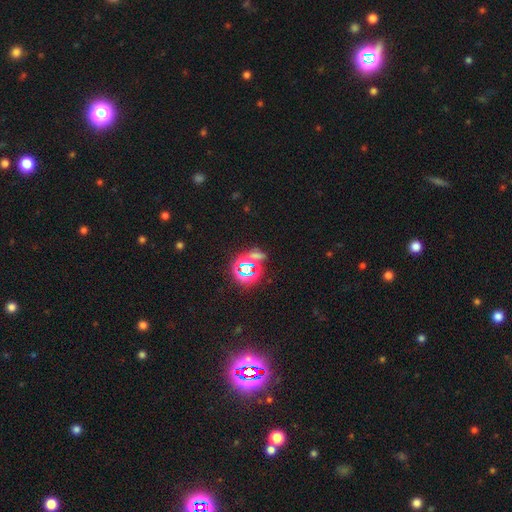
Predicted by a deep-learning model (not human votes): Smooth or featured?
  - star or artifact: 69% *
  - smooth: 21%
  - featured or disk: 10%